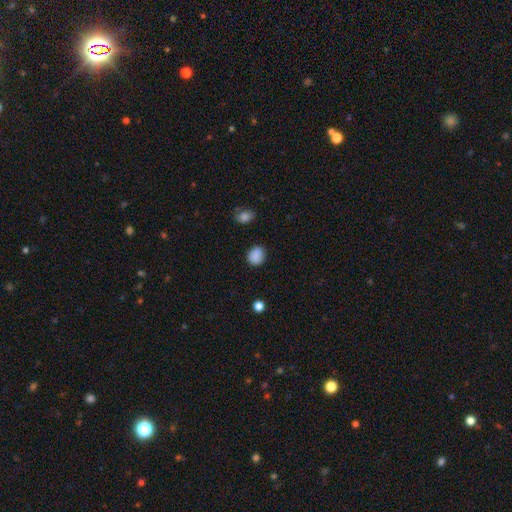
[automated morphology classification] This is clearly a smooth galaxy (87%). How rounded: likely round (68%). Merging: clearly none (84%).